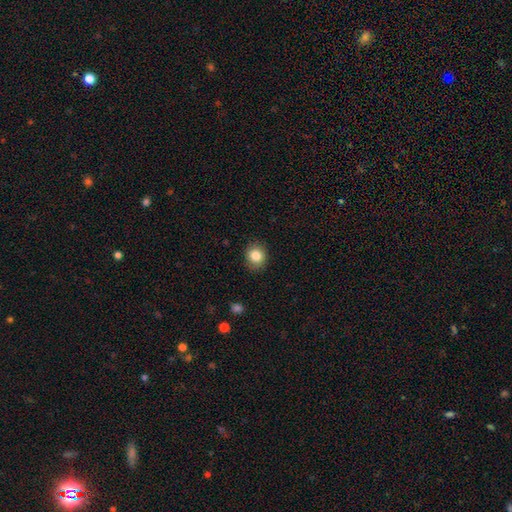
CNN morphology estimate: Q: Smooth or featured?
A: smooth (84%); runner-up: star or artifact (10%)
Q: How rounded?
A: round (75%); runner-up: in between (24%)
Q: Merging?
A: none (87%); runner-up: minor disturbance (9%)